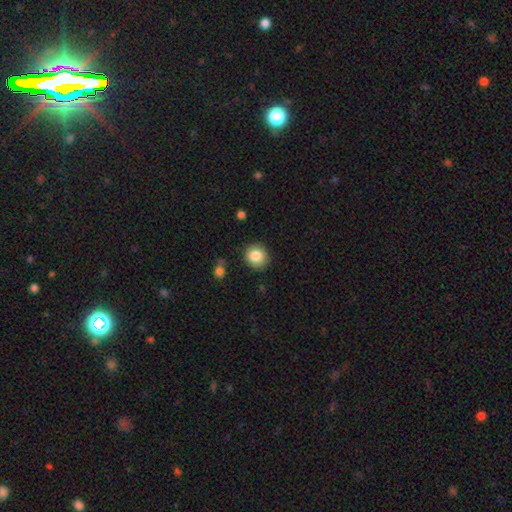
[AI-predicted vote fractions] Overall: smooth (85%). How rounded: round (86%). Merging: none (87%).